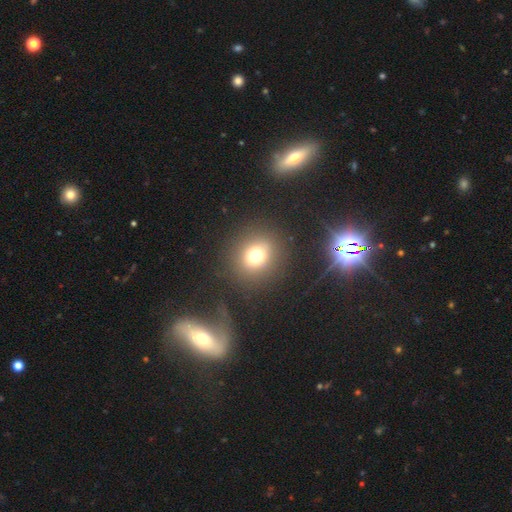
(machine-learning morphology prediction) Smooth or featured: smooth — 71% (star or artifact — 19%)
How rounded: round — 86% (in between — 13%)
Merging: none — 86% (minor disturbance — 7%)